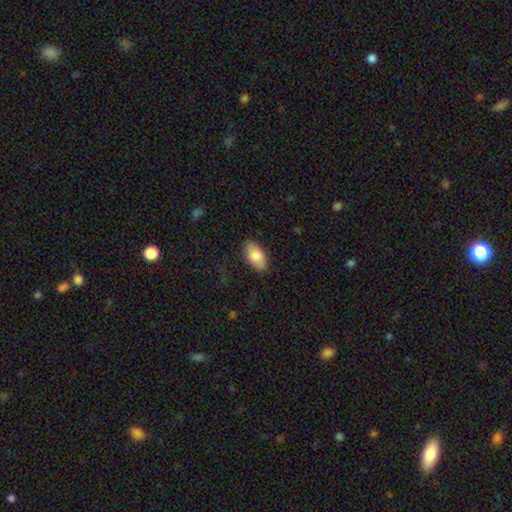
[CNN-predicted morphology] A smooth galaxy with no disk features (82%) that is in between round and cigar-shaped (93%).

Vote fractions:
- Smooth or featured? smooth: 82% / featured or disk: 12% / star or artifact: 6%
- How rounded? in between: 93% / cigar-shaped: 4% / round: 3%
- Merging? none: 85% / minor disturbance: 11% / major disturbance: 3% / merger: 1%